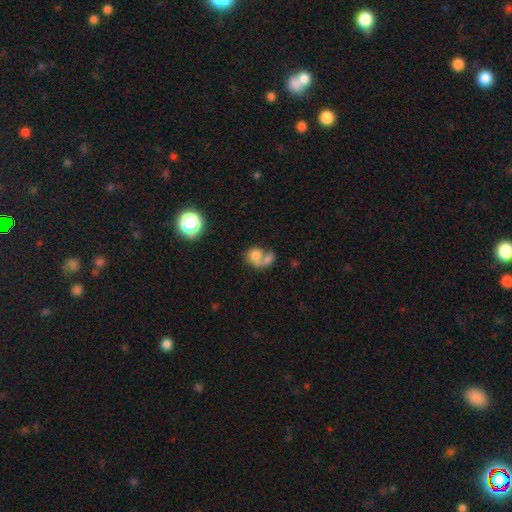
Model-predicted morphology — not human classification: smooth 66%, featured or disk 23%, star or artifact 11%. Down the decision tree: how rounded — round (52%); merging — merger (63%).